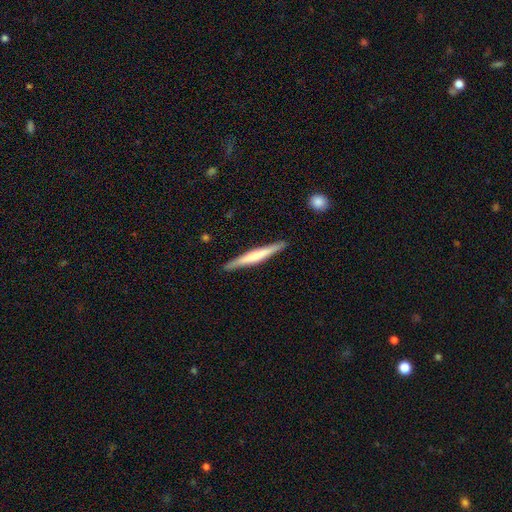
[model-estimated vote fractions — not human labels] Smooth or featured? Predicted: featured or disk (p=0.53). Edge-on disk? Predicted: yes (p=0.97). Edge-on bulge? Predicted: rounded (p=0.40). Merging? Predicted: none (p=0.90).